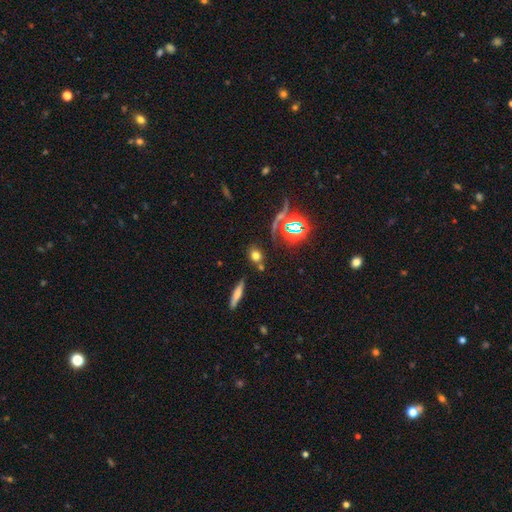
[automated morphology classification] A smooth galaxy with no disk features (65%) that is round (53%).

Vote fractions:
- Smooth or featured? smooth: 65% / star or artifact: 23% / featured or disk: 12%
- How rounded? round: 53% / in between: 42% / cigar-shaped: 5%
- Merging? none: 72% / minor disturbance: 12% / merger: 11% / major disturbance: 5%